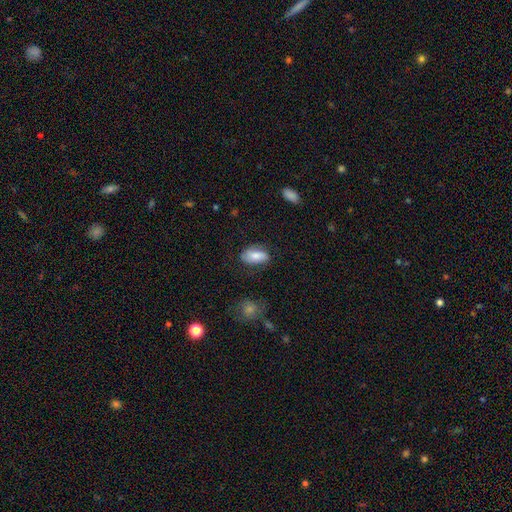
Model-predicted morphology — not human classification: A smooth galaxy with no disk features (74%) that is in between round and cigar-shaped (92%).

Vote fractions:
- Smooth or featured? smooth: 74% / featured or disk: 19% / star or artifact: 7%
- How rounded? in between: 92% / cigar-shaped: 4% / round: 4%
- Merging? none: 69% / minor disturbance: 23% / major disturbance: 6% / merger: 2%